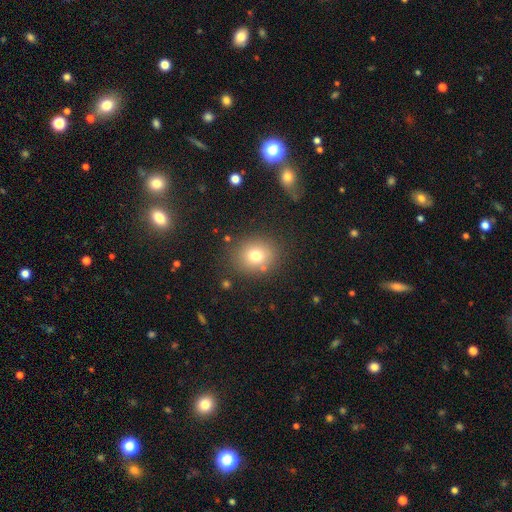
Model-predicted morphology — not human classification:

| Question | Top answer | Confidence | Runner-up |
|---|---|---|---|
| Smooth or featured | smooth | 75% | star or artifact (13%) |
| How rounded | round | 72% | in between (28%) |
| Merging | none | 82% | minor disturbance (10%) |